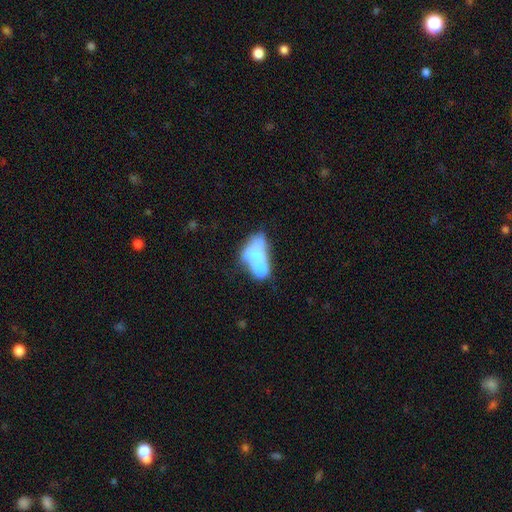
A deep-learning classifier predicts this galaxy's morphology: smooth 54%, featured or disk 37%, star or artifact 9%. Down the decision tree: how rounded — in between (80%); merging — merger (72%).